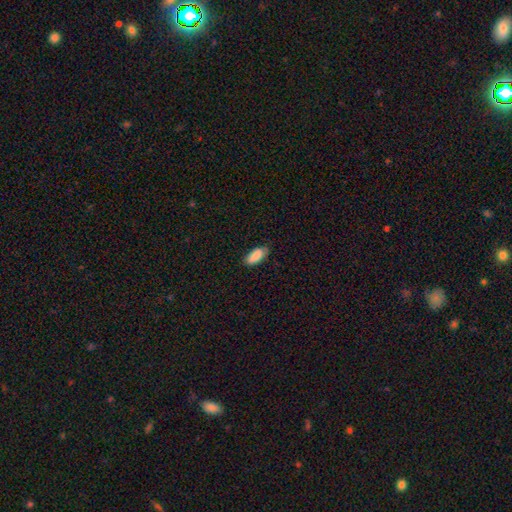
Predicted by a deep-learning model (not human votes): Smooth or featured: smooth — 87% (featured or disk — 6%)
How rounded: in between — 85% (cigar-shaped — 13%)
Merging: none — 79% (minor disturbance — 17%)